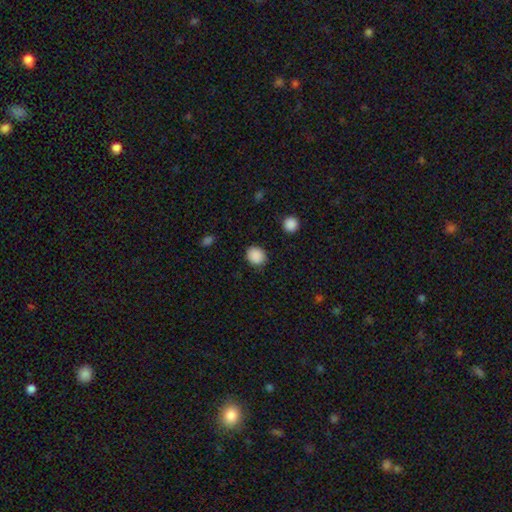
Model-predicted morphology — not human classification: type=smooth (88%); roundness=round (73%); merging=none (85%).